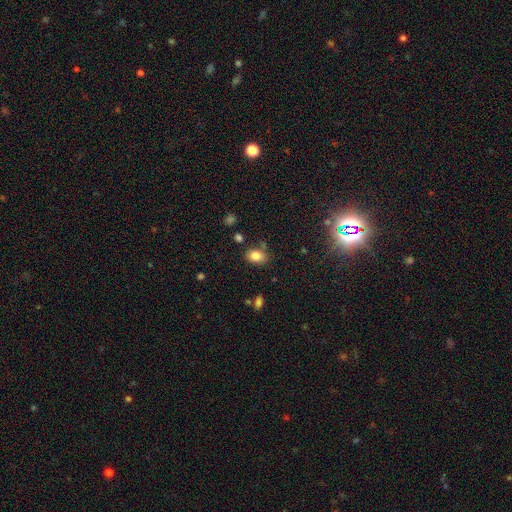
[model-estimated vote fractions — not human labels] A smooth galaxy with no disk features (83%) that is in between round and cigar-shaped (79%). Merging: none (75%).